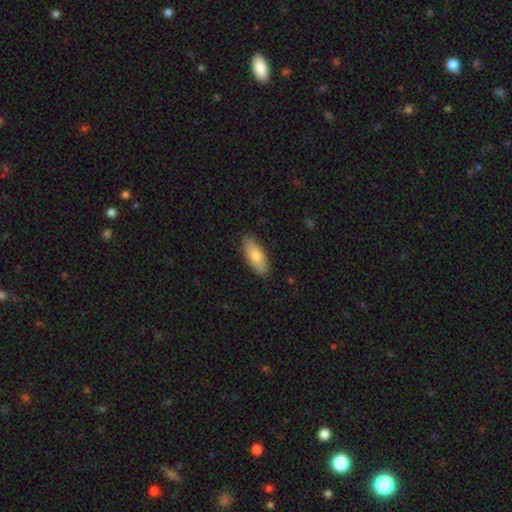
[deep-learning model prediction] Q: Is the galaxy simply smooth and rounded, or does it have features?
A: smooth — 79%.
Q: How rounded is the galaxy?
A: in between — 79%.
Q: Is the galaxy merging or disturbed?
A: none — 88%.